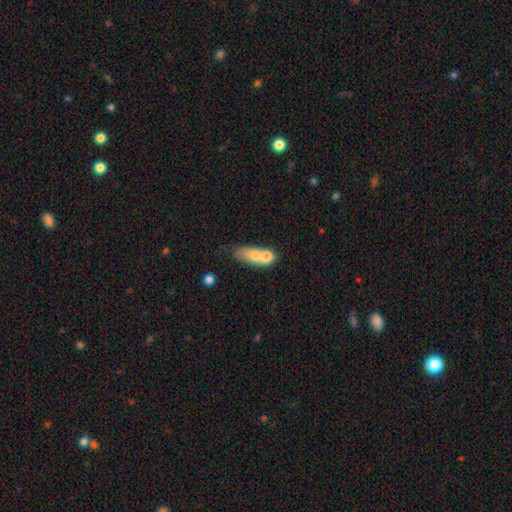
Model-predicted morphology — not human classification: Smooth or featured? smooth (64%)
How rounded? in between (65%)
Merging? merger (62%)